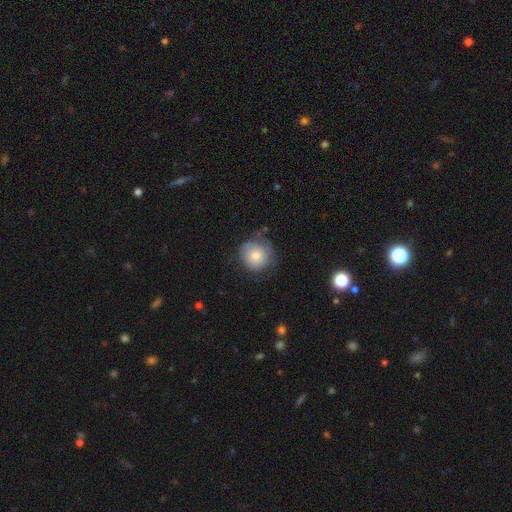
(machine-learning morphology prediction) smooth-or-featured: smooth: 69% | featured or disk: 23% | star or artifact: 8%
  how-rounded: round: 89% | in between: 10% | cigar-shaped: 1%
  merging: none: 57% | minor disturbance: 28% | major disturbance: 13% | merger: 2%